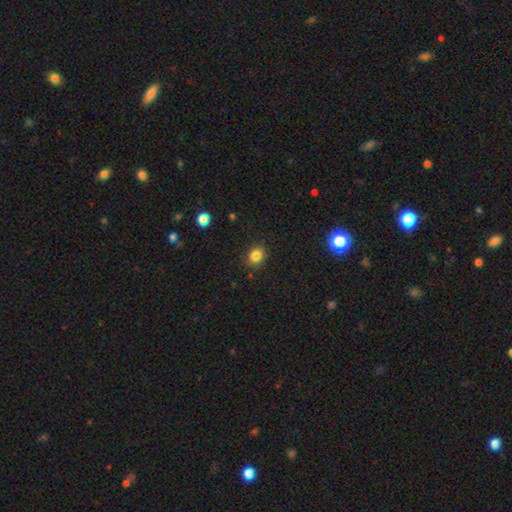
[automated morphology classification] Smooth or featured? smooth (84%)
How rounded? round (68%)
Merging? none (88%)